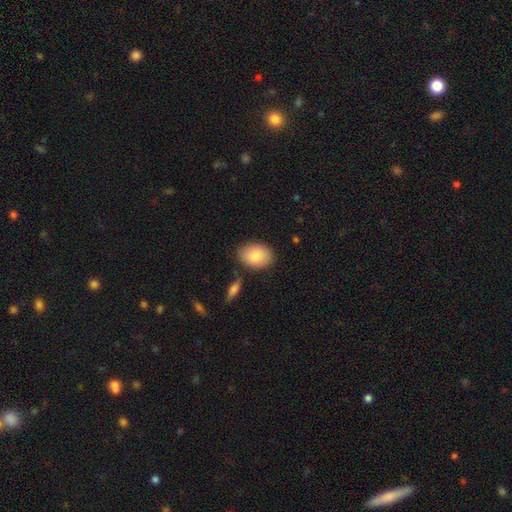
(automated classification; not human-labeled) A smooth galaxy with no disk features (84%) that is in between round and cigar-shaped (82%).

Vote fractions:
- Smooth or featured? smooth: 84% / featured or disk: 9% / star or artifact: 6%
- How rounded? in between: 82% / round: 17% / cigar-shaped: 1%
- Merging? none: 81% / minor disturbance: 12% / merger: 5% / major disturbance: 3%